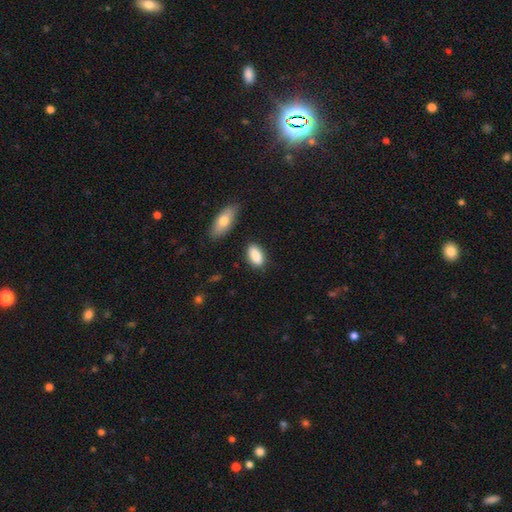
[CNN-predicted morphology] Overall: smooth (88%). How rounded: in between (90%). Merging: none (80%).